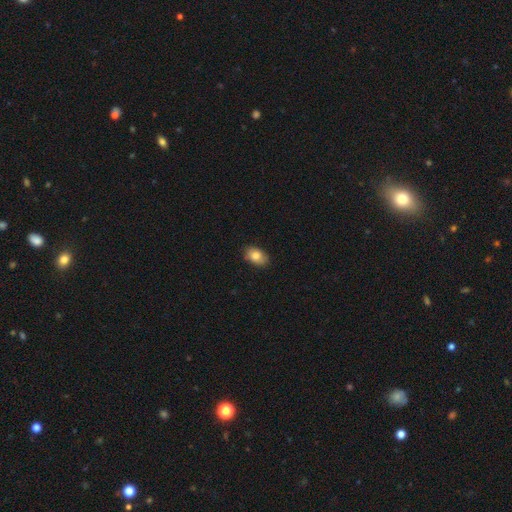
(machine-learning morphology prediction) A smooth galaxy with no disk features (83%) that is in between round and cigar-shaped (88%).

Vote fractions:
- Smooth or featured? smooth: 83% / featured or disk: 9% / star or artifact: 8%
- How rounded? in between: 88% / round: 11% / cigar-shaped: 1%
- Merging? none: 86% / minor disturbance: 11% / major disturbance: 2% / merger: 1%